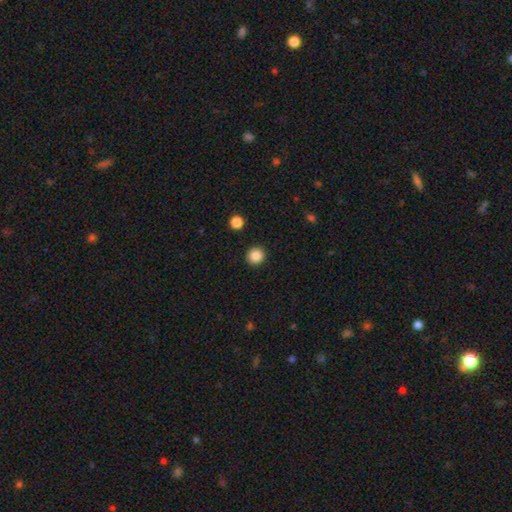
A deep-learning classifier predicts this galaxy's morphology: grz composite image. It shows a smooth galaxy with no disk features (87%) that is round (94%). Merging: none (93%).